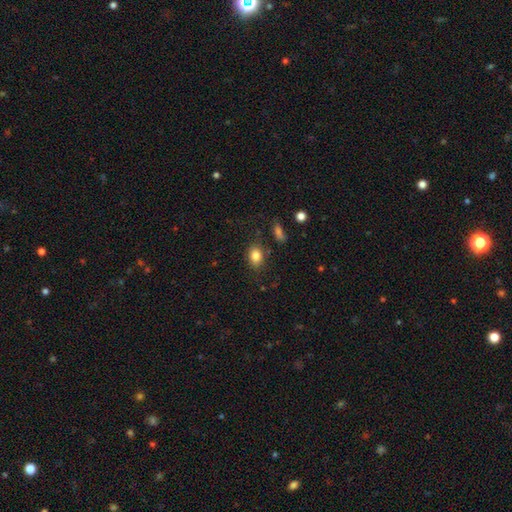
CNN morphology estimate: The model was most divided on "how rounded": in between: 71%, round: 28%, cigar-shaped: 1%. More confident: smooth or featured — smooth (83%); merging — none (81%).